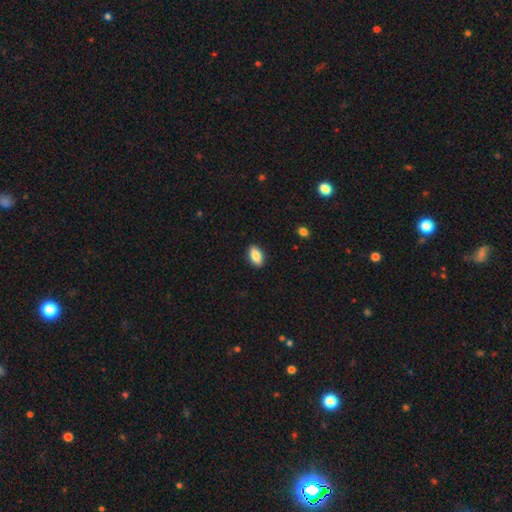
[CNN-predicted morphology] Smooth or featured? Predicted: smooth (p=0.84). How rounded? Predicted: in between (p=0.90). Merging? Predicted: none (p=0.89).